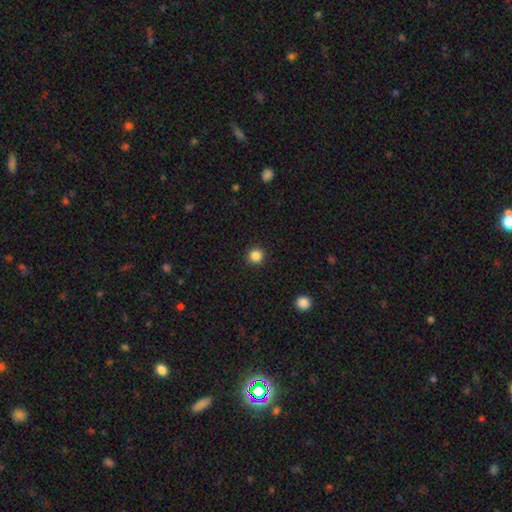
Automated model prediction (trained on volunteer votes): Smooth or featured?
  - smooth: 85% *
  - star or artifact: 12%
  - featured or disk: 3%
How rounded?
  - round: 95% *
  - in between: 4%
  - cigar-shaped: 1%
Merging?
  - none: 92% *
  - minor disturbance: 5%
  - major disturbance: 2%
  - merger: 1%